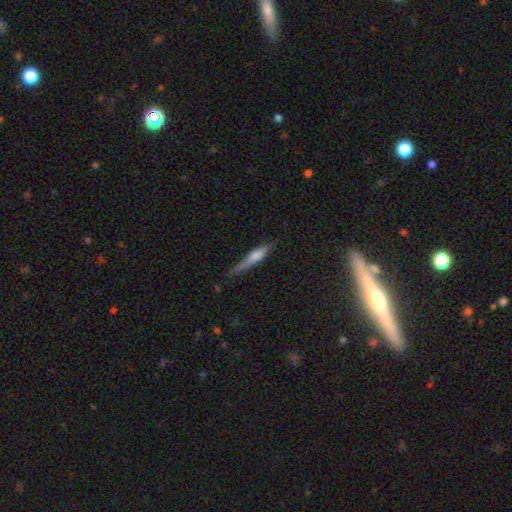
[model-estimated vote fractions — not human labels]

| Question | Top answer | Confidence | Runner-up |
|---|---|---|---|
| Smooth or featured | featured or disk | 58% | smooth (32%) |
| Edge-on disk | yes | 96% | no (4%) |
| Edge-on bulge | rounded | 74% | boxy (13%) |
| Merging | none | 74% | minor disturbance (20%) |